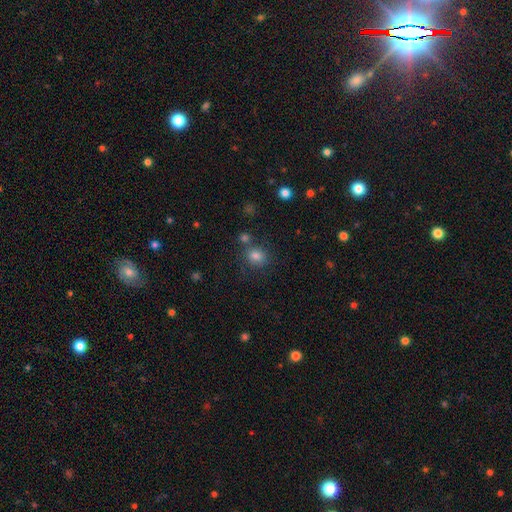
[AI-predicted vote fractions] This appears to be a smooth galaxy with no disk features (80%) that is round (73%). Merging: none (69%).